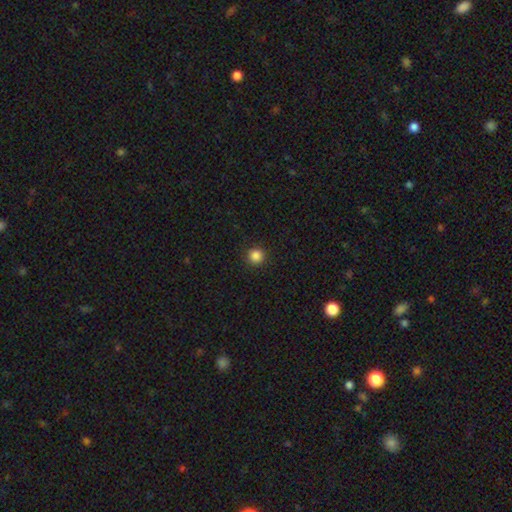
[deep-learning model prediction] This appears to be a smooth galaxy with no disk features (86%) that is round (95%). Merging: none (92%).